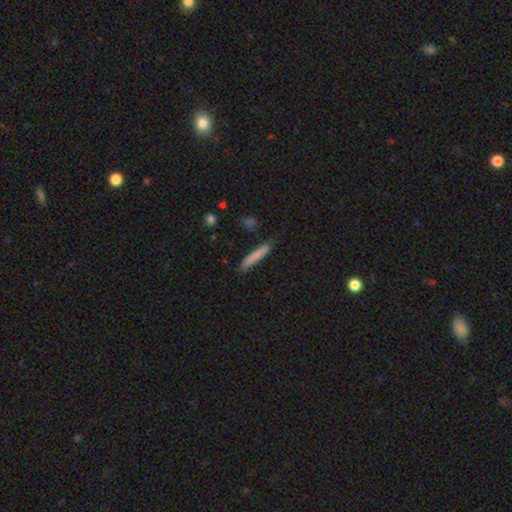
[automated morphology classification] smooth-or-featured: smooth: 80% | featured or disk: 14% | star or artifact: 6%
  how-rounded: cigar-shaped: 94% | in between: 5% | round: 1%
  merging: none: 83% | minor disturbance: 13% | major disturbance: 2% | merger: 2%